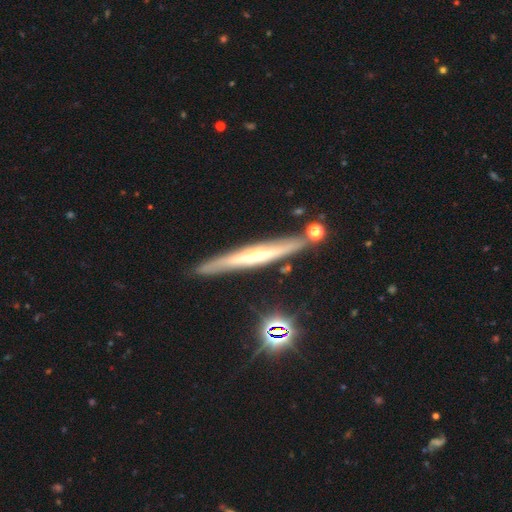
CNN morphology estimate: smooth-or-featured: featured or disk: 66% | smooth: 25% | star or artifact: 9%
  disk-edge-on: yes: 93% | no: 7%
    edge-on-bulge: rounded: 55% | none: 36% | boxy: 9%
  merging: none: 84% | minor disturbance: 10% | merger: 4% | major disturbance: 2%